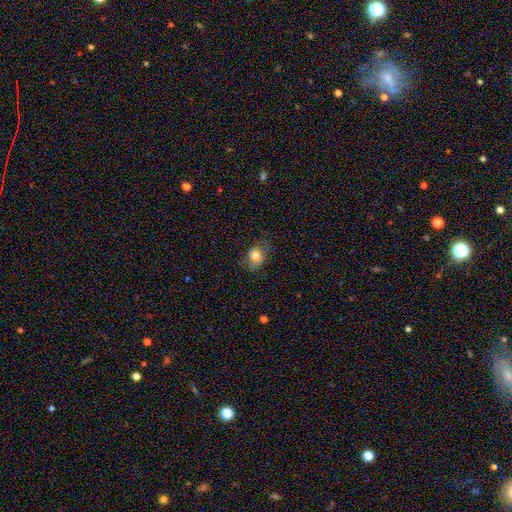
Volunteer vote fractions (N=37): Smooth or featured? 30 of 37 (81%) said smooth. How rounded? 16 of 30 (53%) said round. Merging? 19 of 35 (54%) said none.